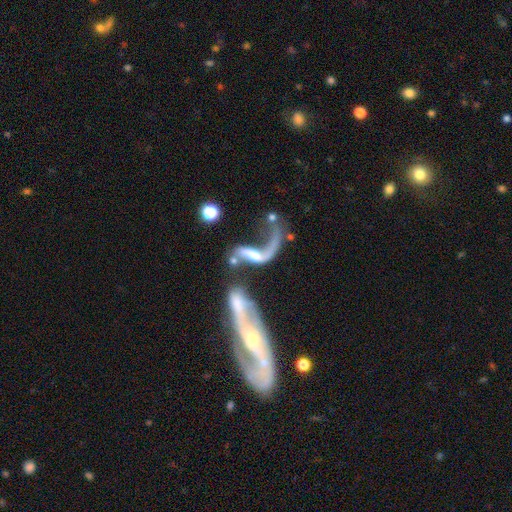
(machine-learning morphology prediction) Smooth or featured?
  - featured or disk: 68% *
  - smooth: 23%
  - star or artifact: 9%
Edge-on disk?
  - no: 87% *
  - yes: 13%
Bar?
  - no: 48% *
  - weak: 31%
  - strong: 21%
Spiral arms?
  - yes: 69% *
  - no: 31%
Bulge size?
  - moderate: 32% *
  - small: 31%
  - none: 26%
  - large: 8%
  - dominant: 3%
Merging?
  - merger: 57% *
  - major disturbance: 23%
  - none: 13%
  - minor disturbance: 7%